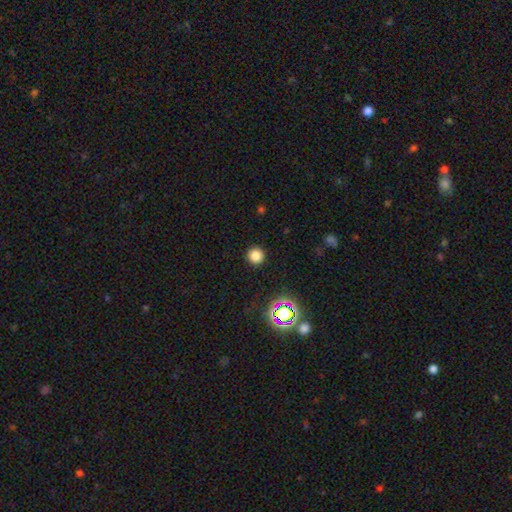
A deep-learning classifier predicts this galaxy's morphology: type=smooth (80%); roundness=round (96%); merging=none (92%).